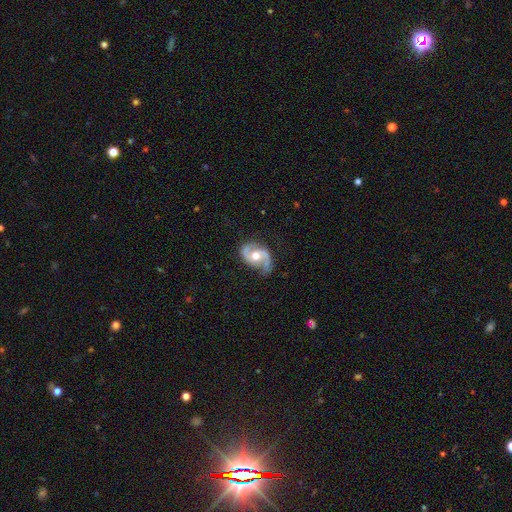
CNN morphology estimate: Q: Smooth or featured?
A: featured or disk (89%); runner-up: smooth (7%)
Q: Edge-on disk?
A: no (98%); runner-up: yes (2%)
Q: Bar?
A: no (57%); runner-up: weak (32%)
Q: Spiral arms?
A: yes (96%); runner-up: no (4%)
Q: Spiral winding?
A: medium (51%); runner-up: loose (34%)
Q: Spiral arm count?
A: 2 (93%); runner-up: can't tell (2%)
Q: Bulge size?
A: moderate (77%); runner-up: small (13%)
Q: Merging?
A: none (74%); runner-up: minor disturbance (18%)